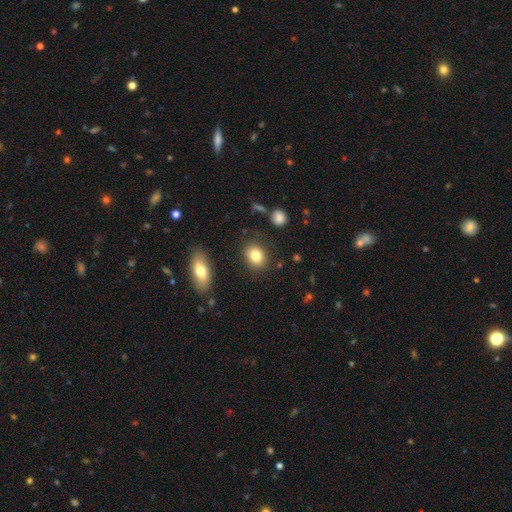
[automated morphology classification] Smooth or featured? smooth (83%)
How rounded? round (51%)
Merging? none (85%)